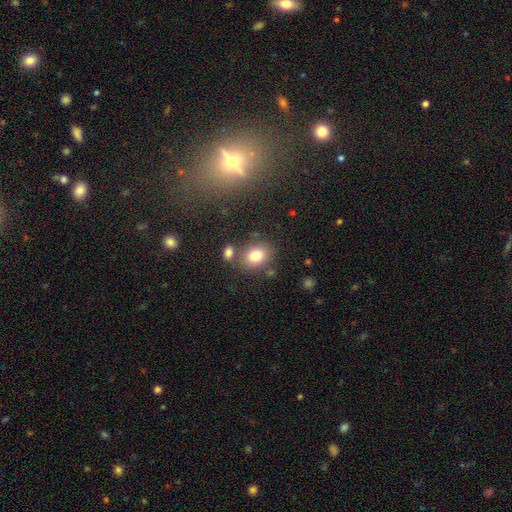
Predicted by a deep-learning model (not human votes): This appears to be a smooth galaxy with no disk features (79%) that is in between round and cigar-shaped (50%). Merging: none (70%).